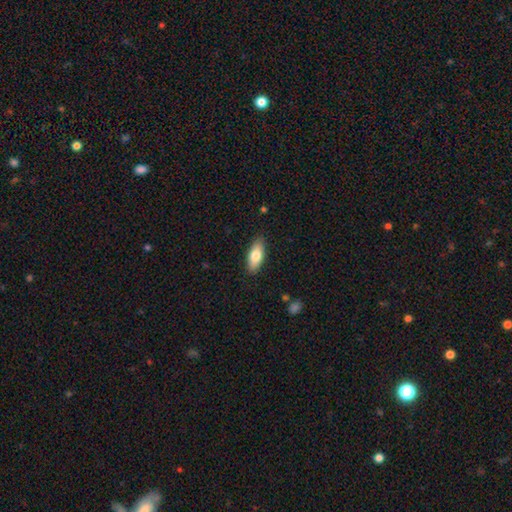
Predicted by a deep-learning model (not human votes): Smooth or featured: smooth — 78% (featured or disk — 16%)
How rounded: in between — 78% (cigar-shaped — 19%)
Merging: none — 87% (minor disturbance — 10%)